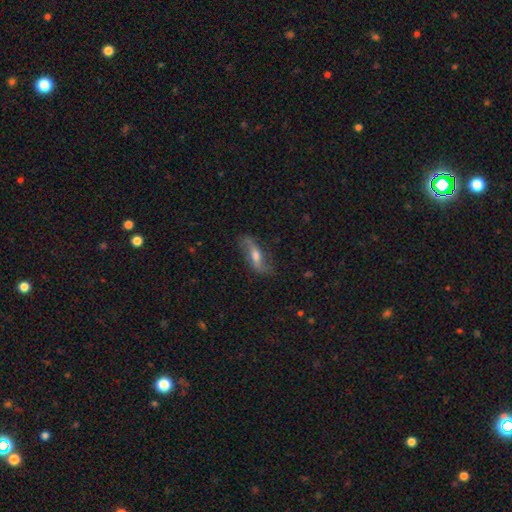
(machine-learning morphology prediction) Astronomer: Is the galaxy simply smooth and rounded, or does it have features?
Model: featured or disk — 72%.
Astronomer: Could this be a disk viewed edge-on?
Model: no — 78%.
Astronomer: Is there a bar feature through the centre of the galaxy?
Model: weak — 37% (runner-up: no, 36%).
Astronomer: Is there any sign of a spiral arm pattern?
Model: yes — 90%.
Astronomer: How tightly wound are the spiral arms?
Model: loose — 80%.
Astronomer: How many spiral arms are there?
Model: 2 — 91%.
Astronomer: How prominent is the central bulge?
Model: moderate — 62%.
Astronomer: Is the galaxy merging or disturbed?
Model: none — 78%.